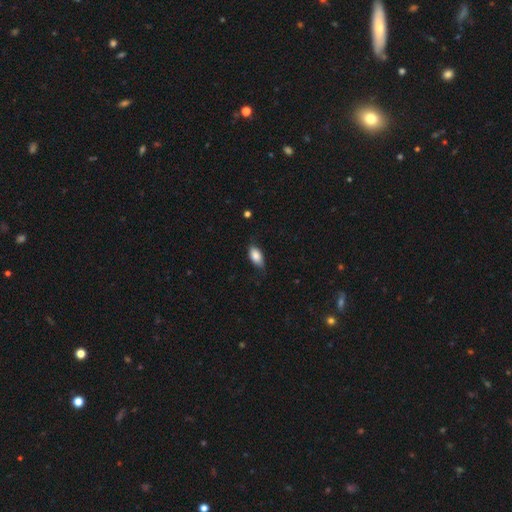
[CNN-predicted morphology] This appears to be a smooth galaxy with no disk features (84%) that is in between round and cigar-shaped (90%). Merging: none (71%).